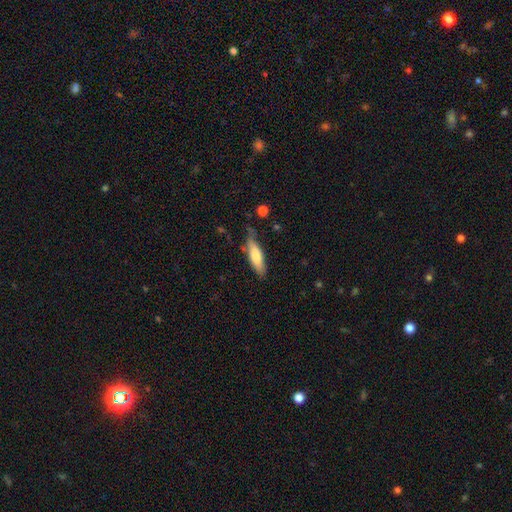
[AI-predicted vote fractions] This appears to be a smooth galaxy with no disk features (71%) that is cigar-shaped (56%). Merging: none (67%).